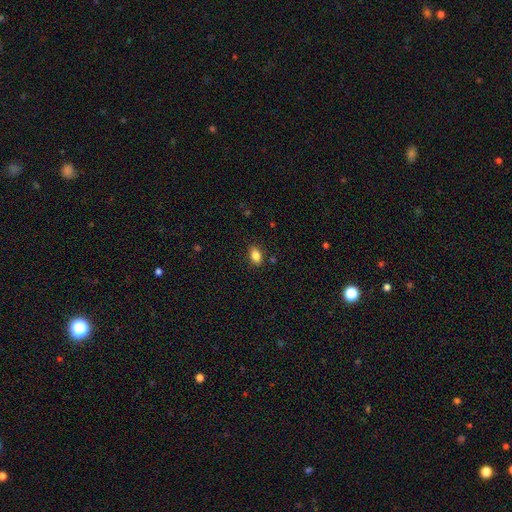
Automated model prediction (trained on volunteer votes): This is clearly a smooth galaxy (84%). How rounded: clearly in between (84%). Merging: clearly none (87%).